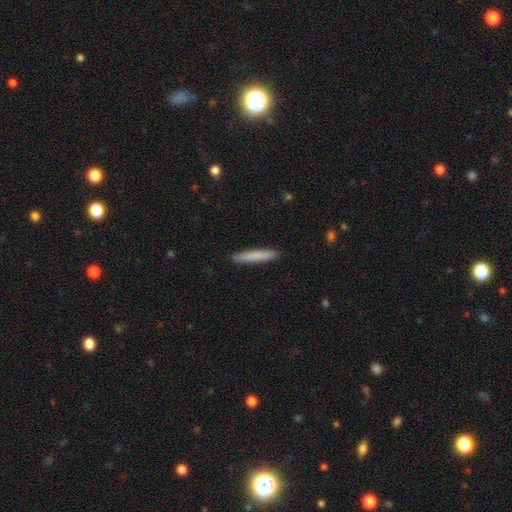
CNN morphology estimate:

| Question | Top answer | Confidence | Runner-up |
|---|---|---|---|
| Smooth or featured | smooth | 80% | featured or disk (14%) |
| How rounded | cigar-shaped | 94% | in between (5%) |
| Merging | none | 91% | minor disturbance (6%) |